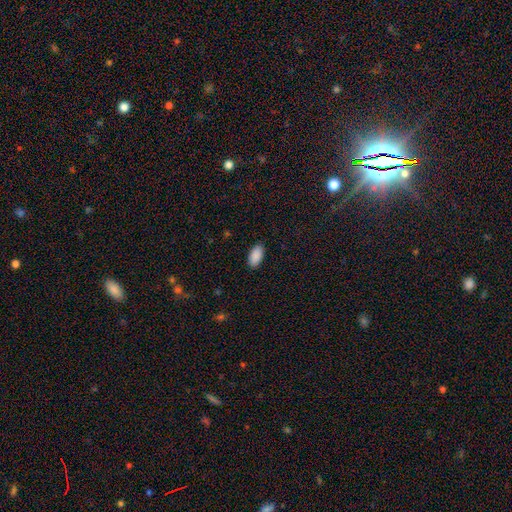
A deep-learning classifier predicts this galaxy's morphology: Smooth or featured?
  - smooth: 91% *
  - star or artifact: 7%
  - featured or disk: 3%
How rounded?
  - in between: 95% *
  - cigar-shaped: 2%
  - round: 2%
Merging?
  - none: 89% *
  - minor disturbance: 8%
  - major disturbance: 2%
  - merger: 1%